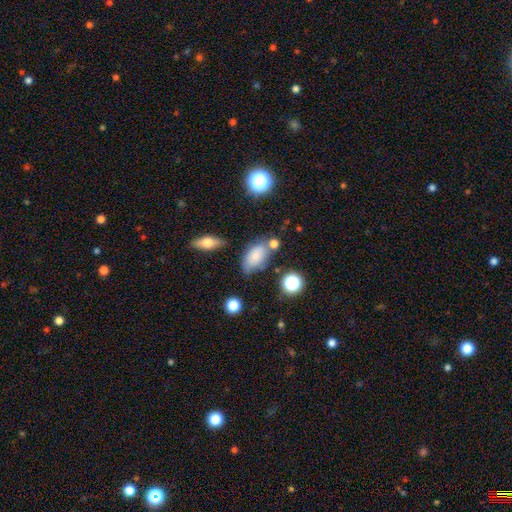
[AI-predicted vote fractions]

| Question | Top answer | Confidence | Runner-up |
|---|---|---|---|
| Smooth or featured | smooth | 73% | featured or disk (15%) |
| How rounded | in between | 90% | round (7%) |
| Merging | none | 58% | minor disturbance (24%) |